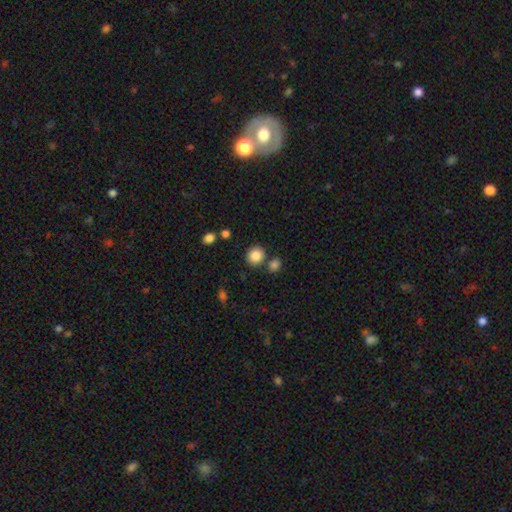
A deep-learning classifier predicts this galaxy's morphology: Smooth or featured? smooth (86%)
How rounded? round (84%)
Merging? none (78%)